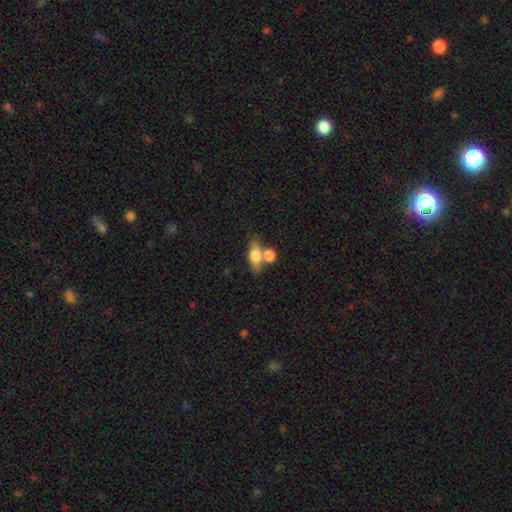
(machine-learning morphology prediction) Q: Smooth or featured?
A: smooth (72%); runner-up: featured or disk (20%)
Q: How rounded?
A: in between (70%); runner-up: round (15%)
Q: Merging?
A: merger (44%); runner-up: none (39%)